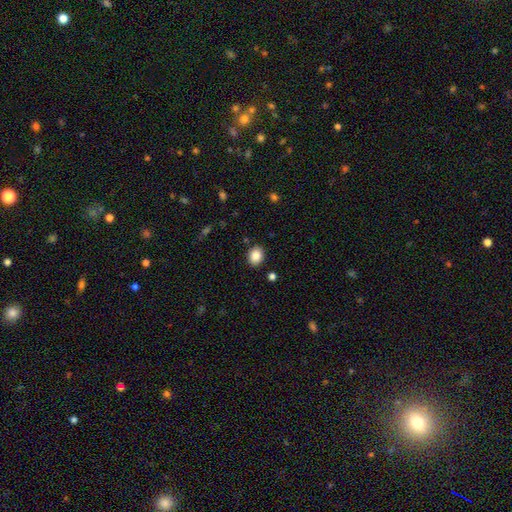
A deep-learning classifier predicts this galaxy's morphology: smooth 86%, star or artifact 9%, featured or disk 5%. Down the decision tree: how rounded — round (55%); merging — none (88%).